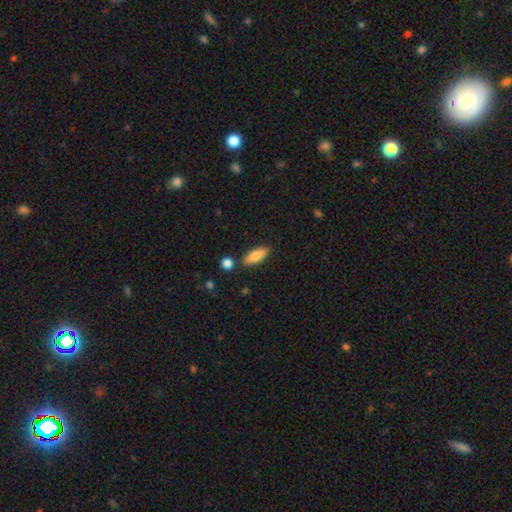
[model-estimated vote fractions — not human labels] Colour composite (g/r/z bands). It shows a smooth galaxy with no disk features (79%) that is in between round and cigar-shaped (72%). Merging: none (82%).